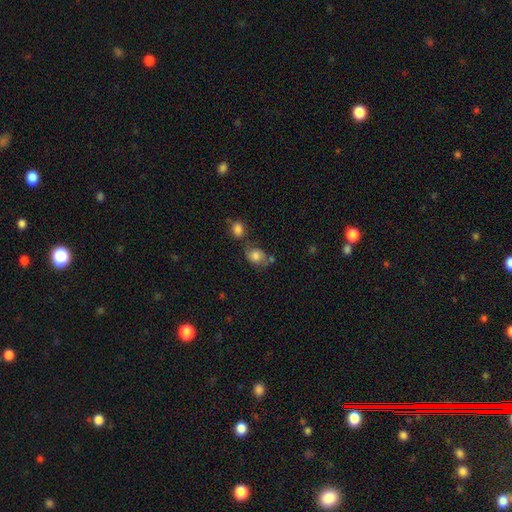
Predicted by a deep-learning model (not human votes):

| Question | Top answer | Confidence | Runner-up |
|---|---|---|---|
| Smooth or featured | smooth | 79% | featured or disk (12%) |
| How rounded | in between | 57% | round (42%) |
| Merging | none | 52% | merger (20%) |